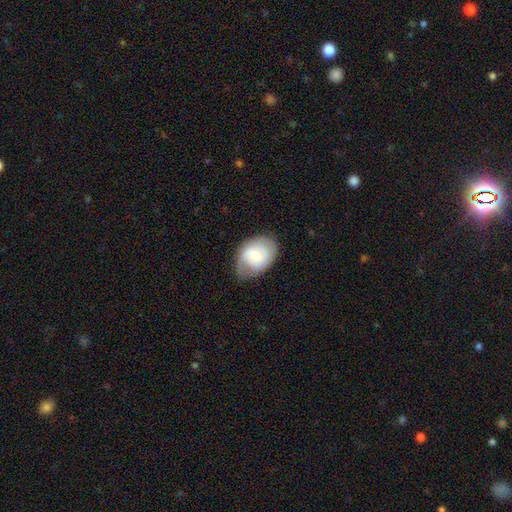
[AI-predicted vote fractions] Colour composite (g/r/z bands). It shows a smooth galaxy with no disk features (48%). Merging: none (64%).